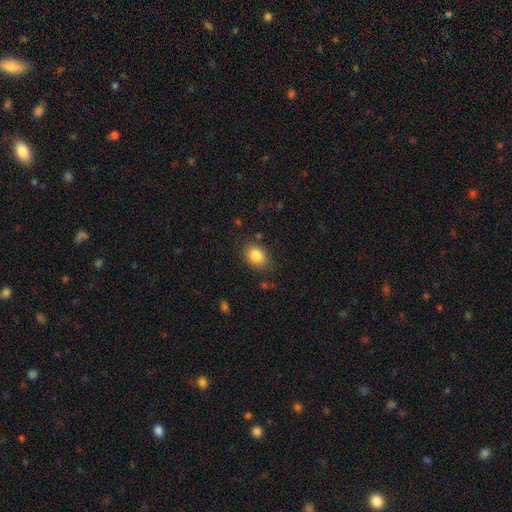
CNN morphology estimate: The model was most divided on "how rounded": in between: 65%, round: 34%, cigar-shaped: 1%. More confident: smooth or featured — smooth (84%); merging — none (82%).